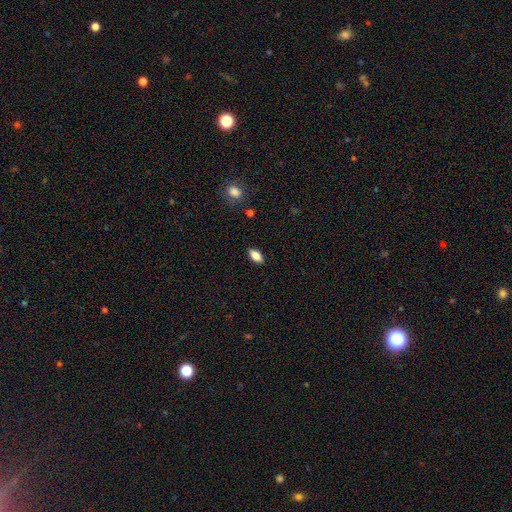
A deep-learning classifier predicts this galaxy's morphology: Smooth or featured?
  - smooth: 82% *
  - featured or disk: 10%
  - star or artifact: 8%
How rounded?
  - in between: 88% *
  - cigar-shaped: 9%
  - round: 3%
Merging?
  - none: 88% *
  - minor disturbance: 9%
  - major disturbance: 2%
  - merger: 1%